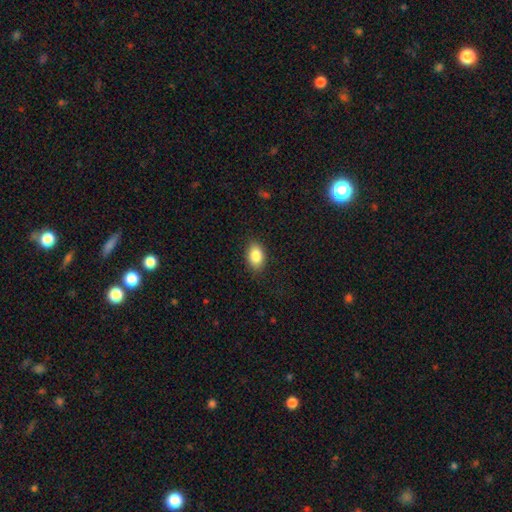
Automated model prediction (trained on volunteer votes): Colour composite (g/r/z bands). It shows a smooth galaxy with no disk features (86%) that is in between round and cigar-shaped (85%). Merging: none (87%).